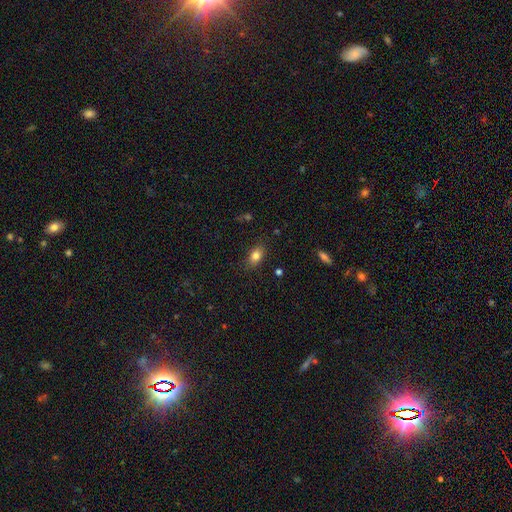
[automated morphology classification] A smooth galaxy with no disk features (81%) that is in between round and cigar-shaped (81%).

Vote fractions:
- Smooth or featured? smooth: 81% / star or artifact: 10% / featured or disk: 9%
- How rounded? in between: 81% / round: 15% / cigar-shaped: 3%
- Merging? none: 83% / minor disturbance: 13% / major disturbance: 3% / merger: 1%